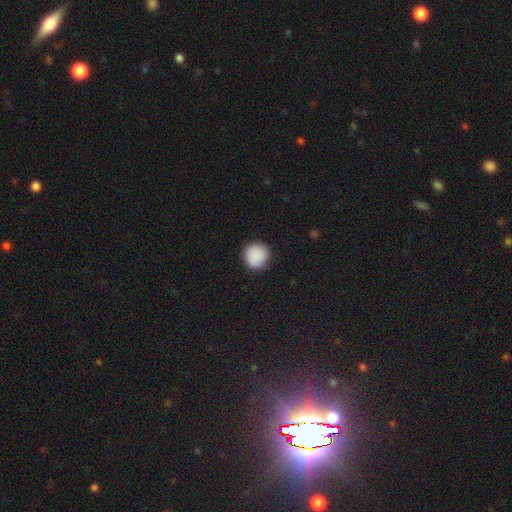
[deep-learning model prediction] Smooth or featured: smooth — 89% (star or artifact — 7%)
How rounded: round — 94% (in between — 5%)
Merging: none — 89% (minor disturbance — 8%)